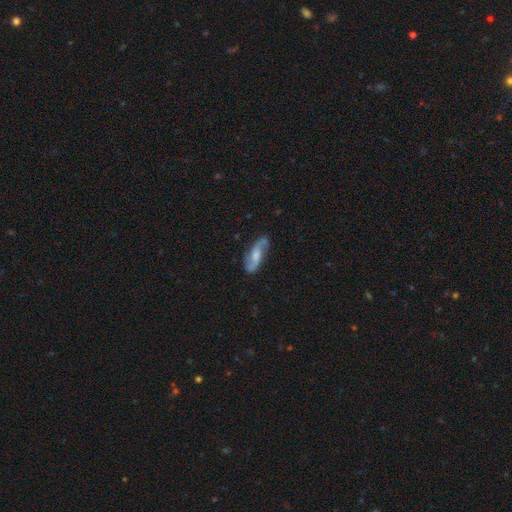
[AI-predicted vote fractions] This is likely a featured or disk galaxy (70%). It is clearly not viewed edge-on (88%). Bar: possibly no (46%). Spiral arm pattern: clearly yes (94%). Spiral arm count: clearly 2 (90%). Spiral winding: possibly loose (54%). Central bulge: marginally moderate (40%). Merging: likely none (76%).